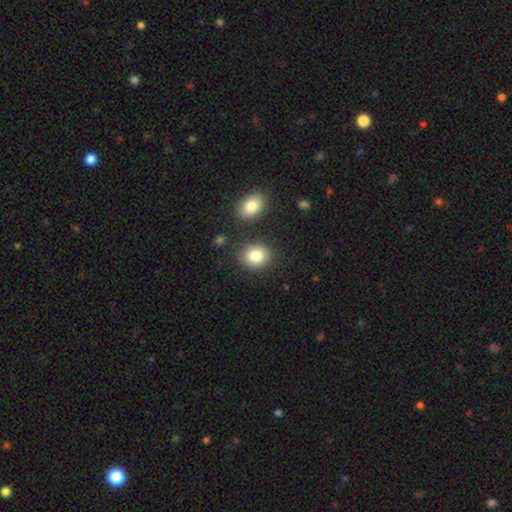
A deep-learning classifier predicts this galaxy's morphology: smooth-or-featured: smooth: 82% | star or artifact: 10% | featured or disk: 8%
  how-rounded: round: 66% | in between: 33% | cigar-shaped: 1%
  merging: none: 81% | minor disturbance: 9% | merger: 7% | major disturbance: 3%